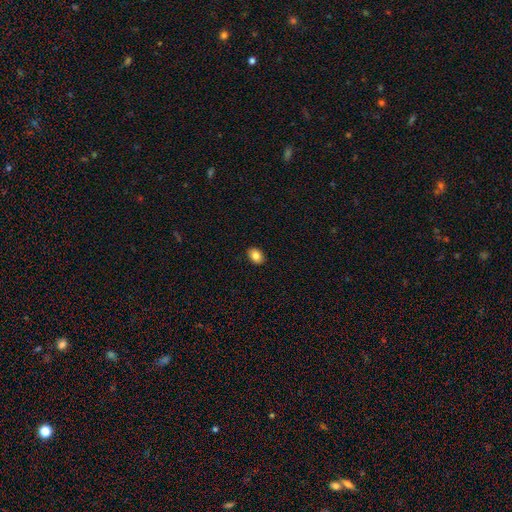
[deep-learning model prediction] Overall: smooth (84%). How rounded: in between (70%). Merging: none (90%).